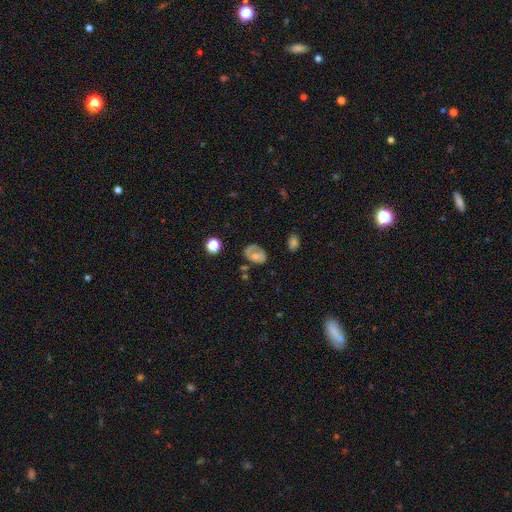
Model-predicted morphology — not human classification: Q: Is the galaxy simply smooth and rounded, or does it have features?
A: smooth — 51%.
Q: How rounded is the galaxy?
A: in between — 69%.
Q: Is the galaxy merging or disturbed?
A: none — 50%.